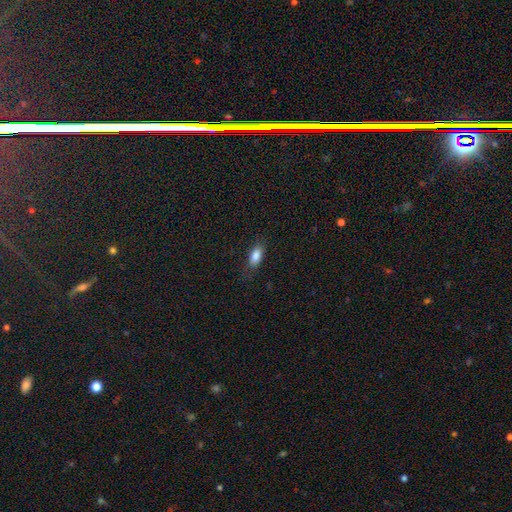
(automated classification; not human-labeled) smooth-or-featured: smooth: 84% | star or artifact: 8% | featured or disk: 8%
  how-rounded: in between: 84% | cigar-shaped: 12% | round: 4%
  merging: none: 77% | minor disturbance: 17% | major disturbance: 6% | merger: 1%